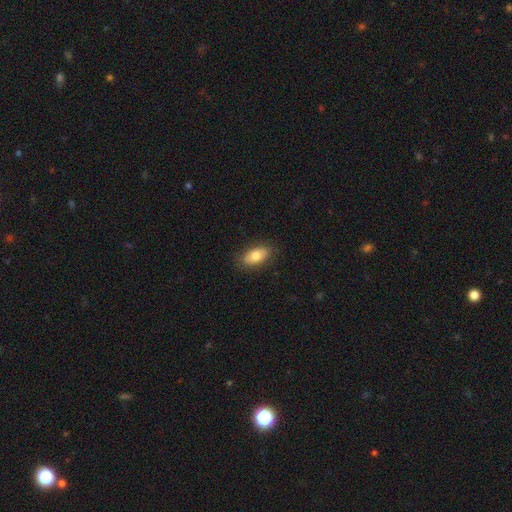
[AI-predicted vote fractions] The model was most divided on "smooth or featured": smooth: 77%, featured or disk: 16%, star or artifact: 7%. More confident: how rounded — in between (89%); merging — none (85%).